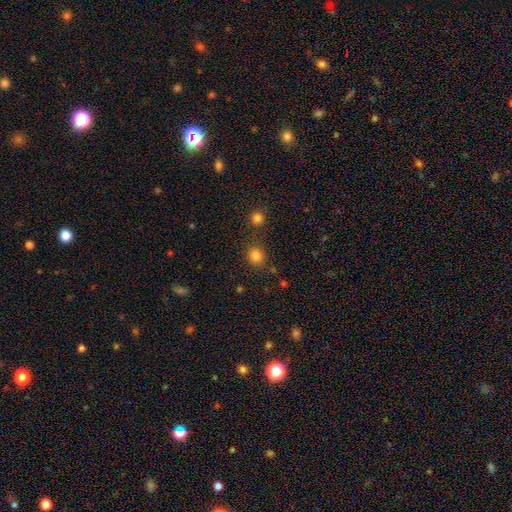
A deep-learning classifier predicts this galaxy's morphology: Overall: smooth (83%). How rounded: round (84%). Merging: none (81%).